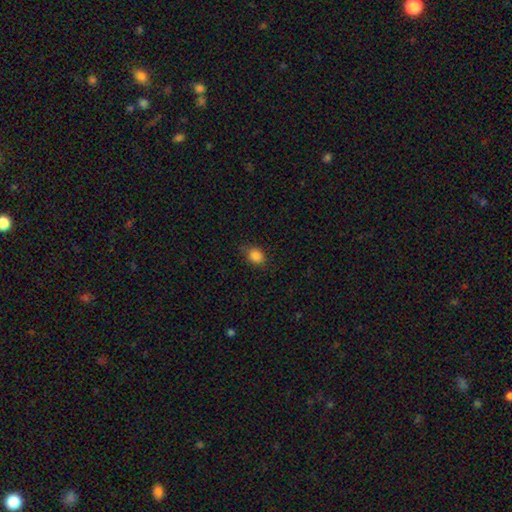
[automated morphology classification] Smooth or featured: smooth — 85% (star or artifact — 11%)
How rounded: round — 52% (in between — 47%)
Merging: none — 76% (minor disturbance — 19%)